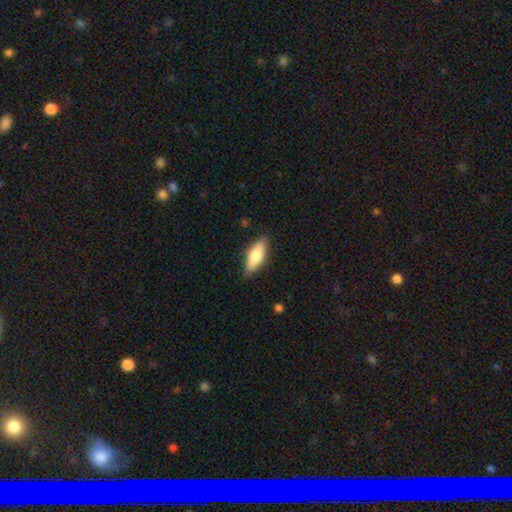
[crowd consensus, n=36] This appears to be a smooth galaxy with no disk features (72%) that is in between round and cigar-shaped (58%). Merging: none (85%).